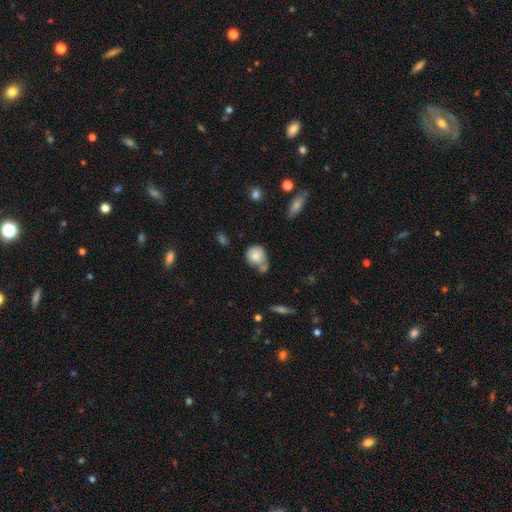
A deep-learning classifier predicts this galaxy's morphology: smooth 77%, featured or disk 15%, star or artifact 8%. Down the decision tree: how rounded — round (73%); merging — none (43%).